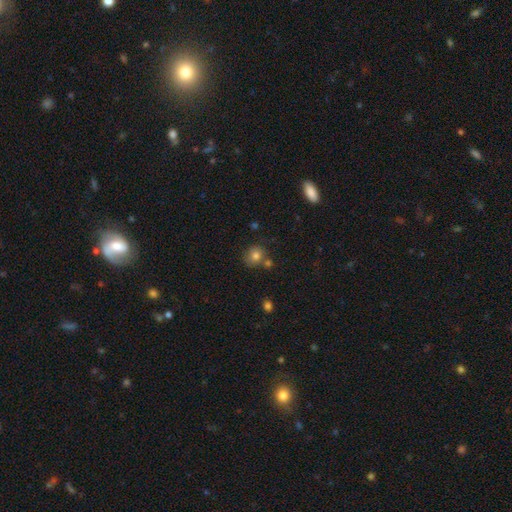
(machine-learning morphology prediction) smooth_or_featured: smooth (p=0.80) [alt: star or artifact p=0.12]
how_rounded: round (p=0.74) [alt: in between p=0.25]
merging: none (p=0.66) [alt: merger p=0.16]